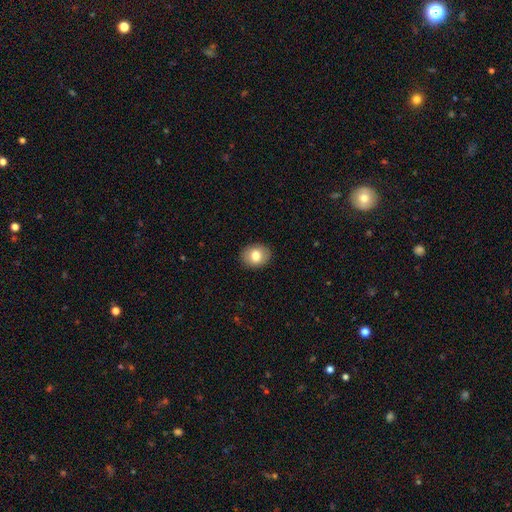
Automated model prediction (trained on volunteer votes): Smooth or featured: smooth — 79% (featured or disk — 12%)
How rounded: round — 52% (in between — 47%)
Merging: none — 90% (minor disturbance — 7%)